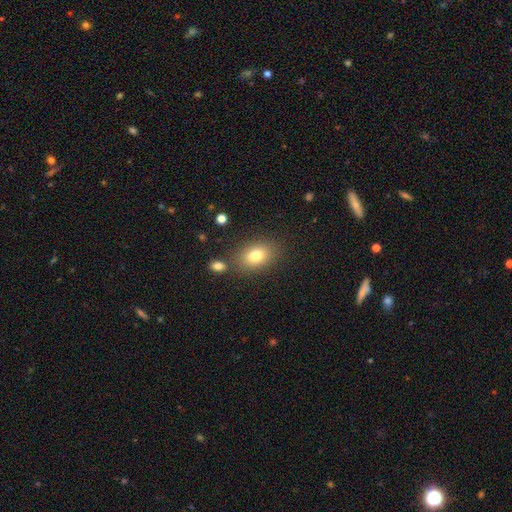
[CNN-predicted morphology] Smooth or featured? smooth (79%)
How rounded? in between (79%)
Merging? none (79%)